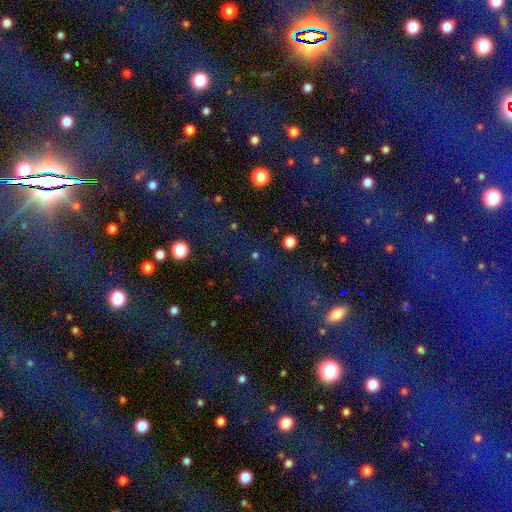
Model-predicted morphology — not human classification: The model was most divided on "smooth or featured": star or artifact: 70%, smooth: 18%, featured or disk: 12%.